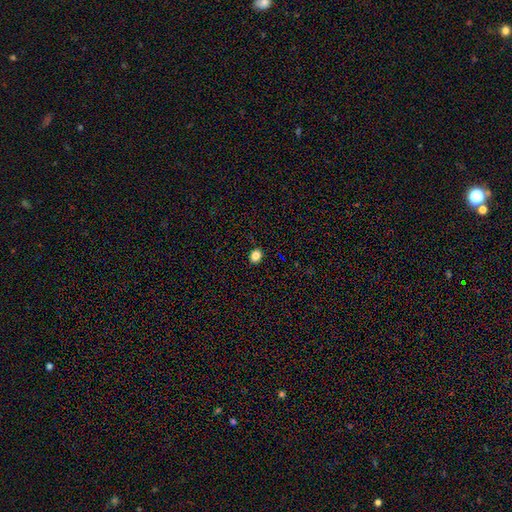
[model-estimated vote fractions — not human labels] Smooth or featured? smooth (84%)
How rounded? round (57%)
Merging? none (89%)